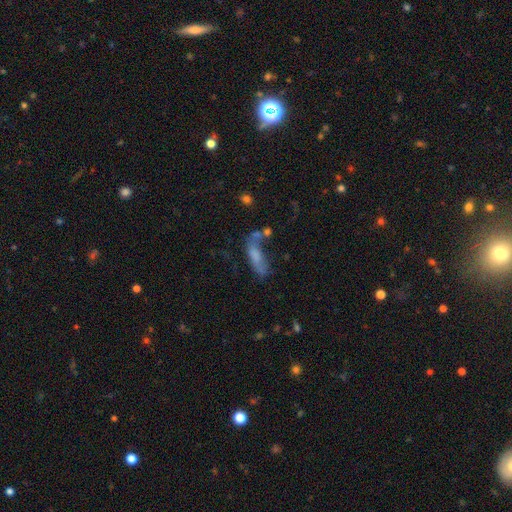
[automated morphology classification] smooth-or-featured: smooth: 57% | featured or disk: 30% | star or artifact: 13%
  how-rounded: in between: 54% | cigar-shaped: 43% | round: 4%
  merging: none: 29% | merger: 25% | major disturbance: 25% | minor disturbance: 20%